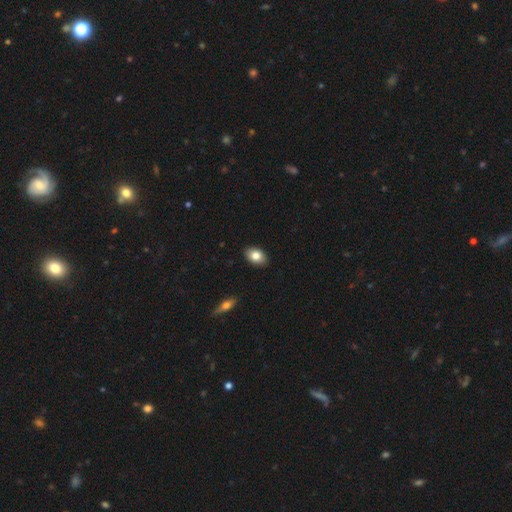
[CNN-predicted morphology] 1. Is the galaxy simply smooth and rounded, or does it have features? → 83% smooth, 10% featured or disk, 7% star or artifact.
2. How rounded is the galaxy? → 87% in between, 11% round, 1% cigar-shaped.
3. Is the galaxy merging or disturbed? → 90% none, 8% minor disturbance, 2% major disturbance, 1% merger.